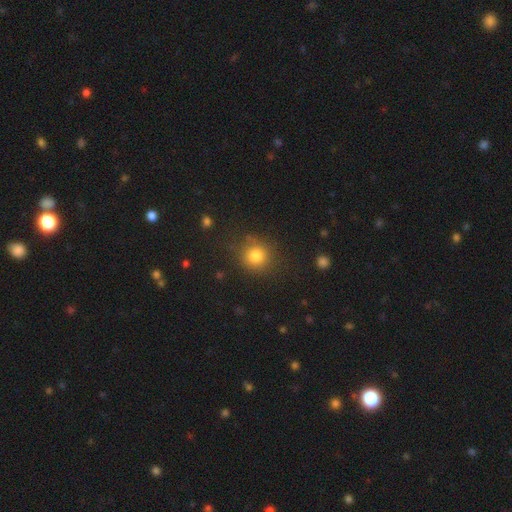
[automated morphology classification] A smooth galaxy with no disk features (81%) that is round (89%). Merging: none (83%).